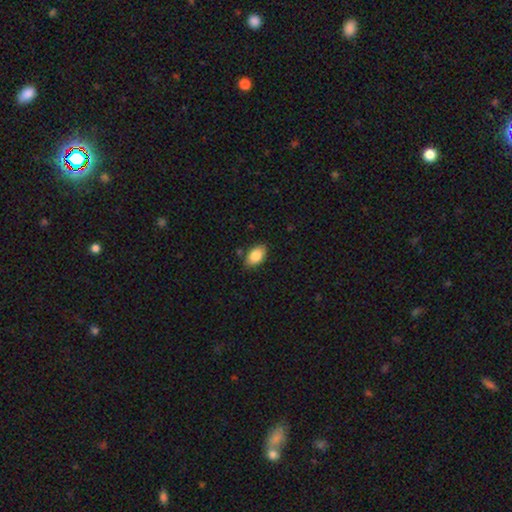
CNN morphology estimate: A smooth galaxy with no disk features (84%) that is in between round and cigar-shaped (92%). Merging: none (83%).